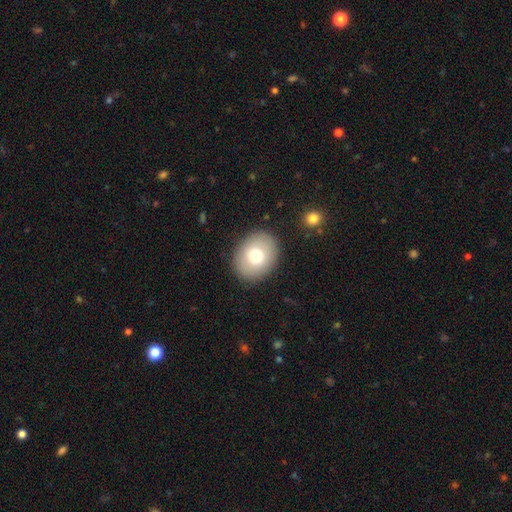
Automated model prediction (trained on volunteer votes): The model was most divided on "how rounded": in between: 51%, round: 48%, cigar-shaped: 1%. More confident: merging — none (89%); smooth or featured — smooth (75%).